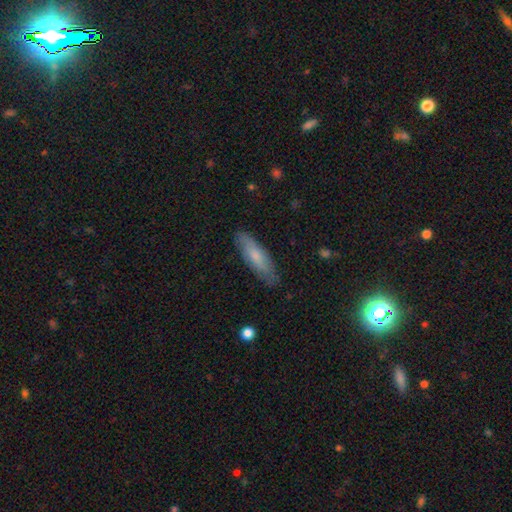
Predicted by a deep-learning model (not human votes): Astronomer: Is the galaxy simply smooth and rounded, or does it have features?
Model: smooth — 68%.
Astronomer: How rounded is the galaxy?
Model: cigar-shaped — 61% (runner-up: in between, 37%).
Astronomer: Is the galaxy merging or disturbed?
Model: none — 83%.